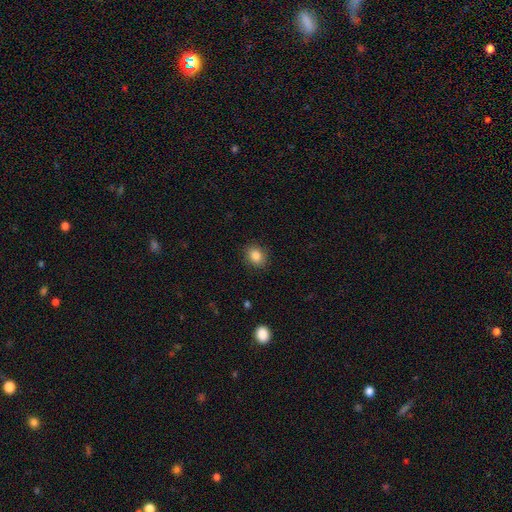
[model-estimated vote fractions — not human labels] A smooth galaxy with no disk features (85%) that is round (56%). Merging: none (88%).